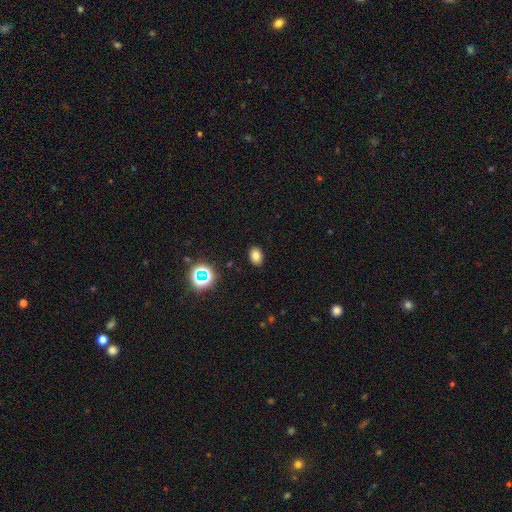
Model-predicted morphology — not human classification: This is likely a smooth galaxy (79%). How rounded: likely in between (75%). Merging: clearly none (88%).